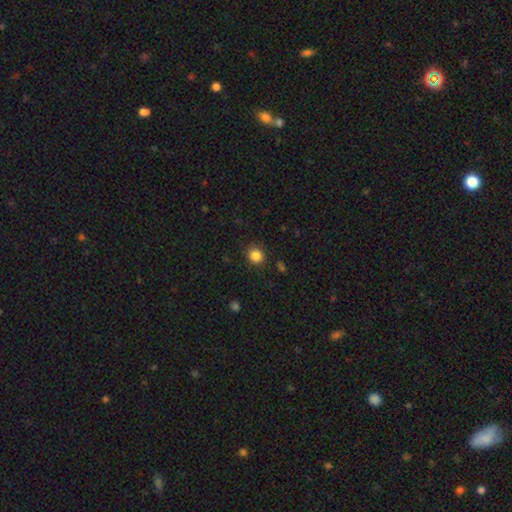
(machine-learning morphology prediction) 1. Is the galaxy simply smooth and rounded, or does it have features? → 85% smooth, 11% star or artifact, 4% featured or disk.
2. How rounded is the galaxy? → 86% round, 13% in between, 1% cigar-shaped.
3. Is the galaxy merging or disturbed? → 87% none, 9% minor disturbance, 3% major disturbance, 2% merger.